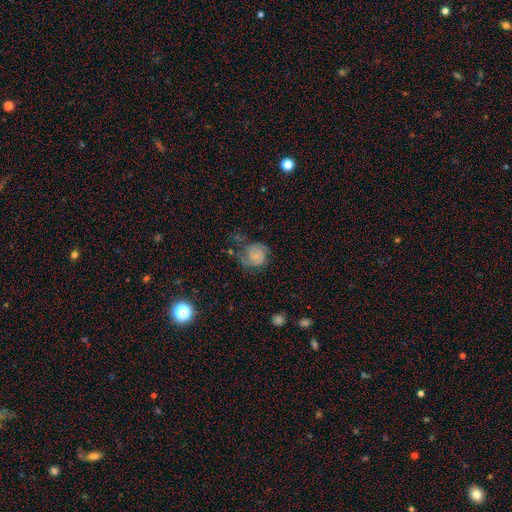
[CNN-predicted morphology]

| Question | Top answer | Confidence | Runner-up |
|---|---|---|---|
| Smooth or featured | featured or disk | 62% | smooth (29%) |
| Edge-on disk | no | 98% | yes (2%) |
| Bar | no | 72% | weak (23%) |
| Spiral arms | yes | 90% | no (10%) |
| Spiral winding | tight | 47% | medium (39%) |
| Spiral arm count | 2 | 69% | can't tell (15%) |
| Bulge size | small | 64% | moderate (18%) |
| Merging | none | 53% | minor disturbance (25%) |